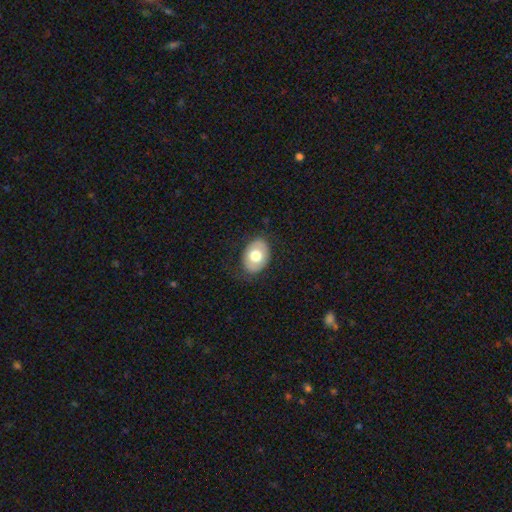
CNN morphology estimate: Smooth or featured? Predicted: smooth (p=0.70). How rounded? Predicted: in between (p=0.76). Merging? Predicted: none (p=0.79).